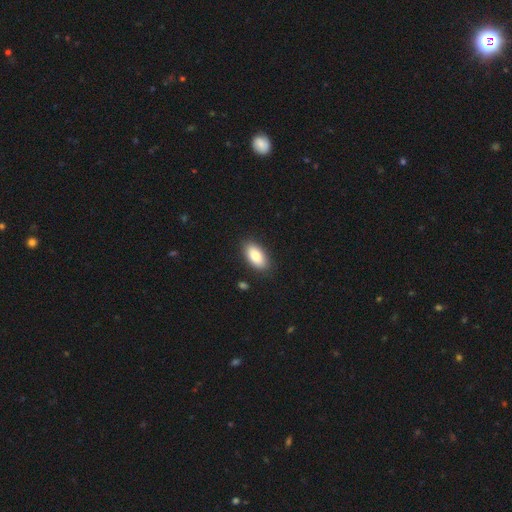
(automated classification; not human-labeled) A smooth galaxy with no disk features (81%) that is in between round and cigar-shaped (93%). Merging: none (88%).